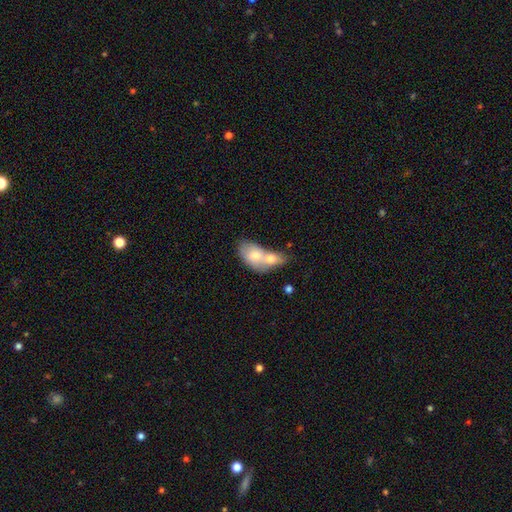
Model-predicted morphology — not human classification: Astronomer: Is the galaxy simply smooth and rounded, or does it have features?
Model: smooth — 68%.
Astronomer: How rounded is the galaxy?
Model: in between — 81%.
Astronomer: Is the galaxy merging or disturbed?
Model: merger — 75%.